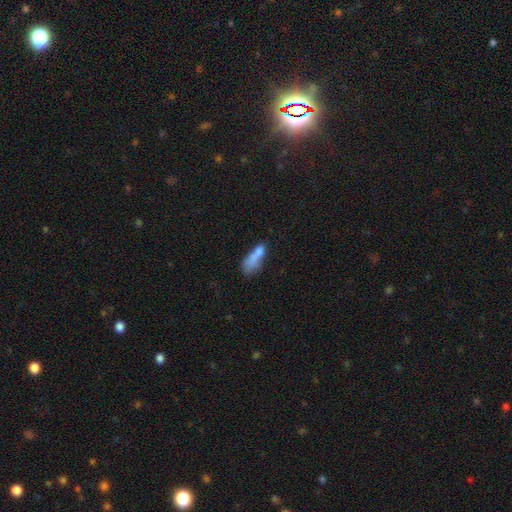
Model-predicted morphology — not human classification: smooth-or-featured: smooth: 68% | featured or disk: 20% | star or artifact: 12%
  how-rounded: in between: 62% | cigar-shaped: 32% | round: 6%
  merging: merger: 36% | none: 25% | major disturbance: 21% | minor disturbance: 18%